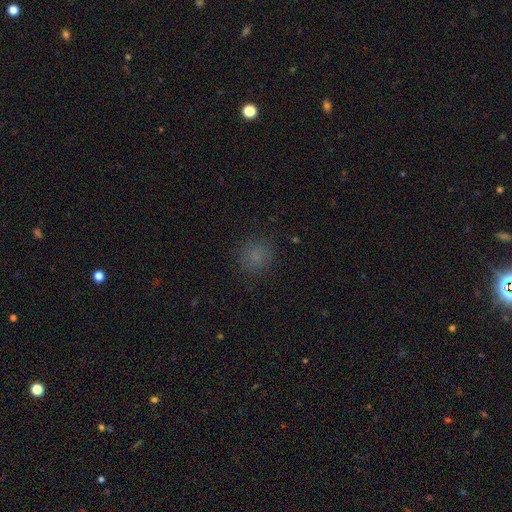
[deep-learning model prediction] smooth-or-featured: smooth: 78% | star or artifact: 17% | featured or disk: 5%
  how-rounded: round: 87% | in between: 12% | cigar-shaped: 1%
  merging: none: 86% | minor disturbance: 9% | major disturbance: 3% | merger: 1%